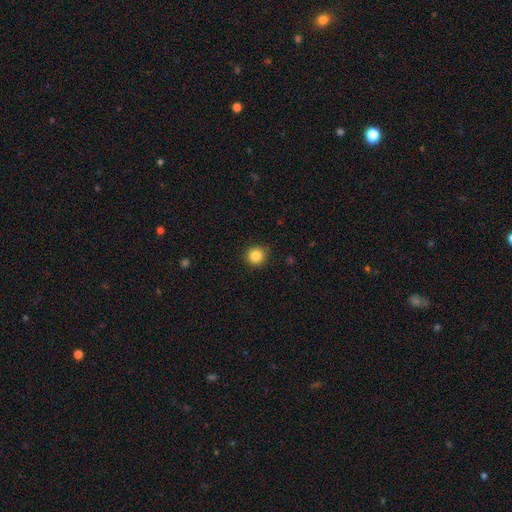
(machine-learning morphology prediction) type=smooth (85%); roundness=round (93%); merging=none (90%).